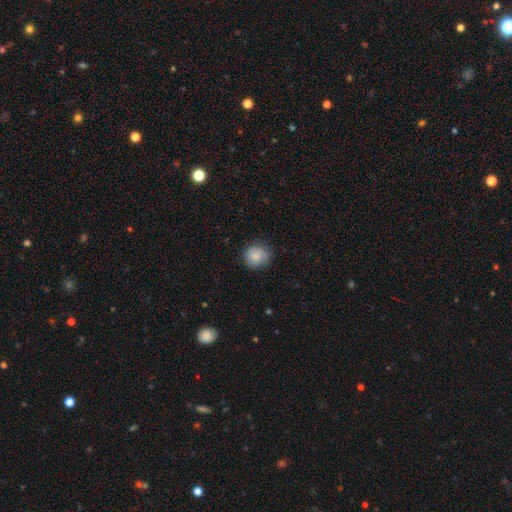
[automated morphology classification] smooth 82%, featured or disk 11%, star or artifact 8%. Down the decision tree: how rounded — round (88%); merging — none (75%).